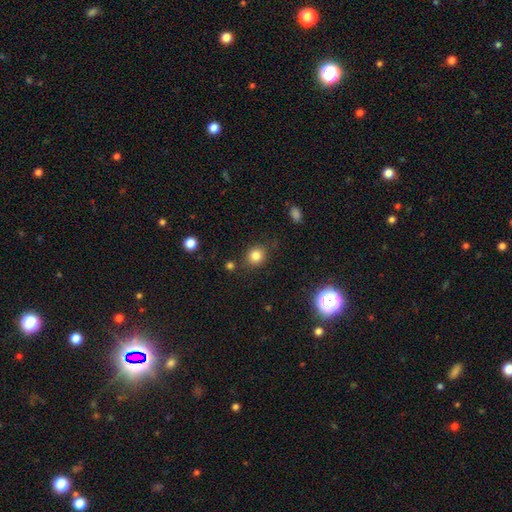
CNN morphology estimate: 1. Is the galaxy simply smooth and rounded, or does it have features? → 81% smooth, 13% star or artifact, 6% featured or disk.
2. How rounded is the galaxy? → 74% round, 25% in between, 1% cigar-shaped.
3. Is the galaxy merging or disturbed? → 82% none, 11% minor disturbance, 4% merger, 3% major disturbance.